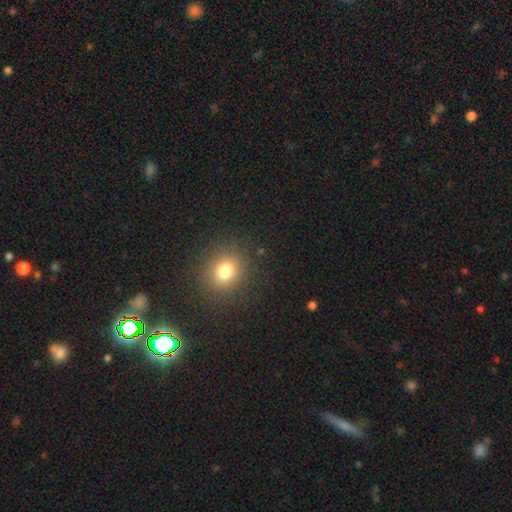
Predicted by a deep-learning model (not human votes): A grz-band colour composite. It shows a smooth galaxy with no disk features (64%) that is round (84%). Merging: none (91%).